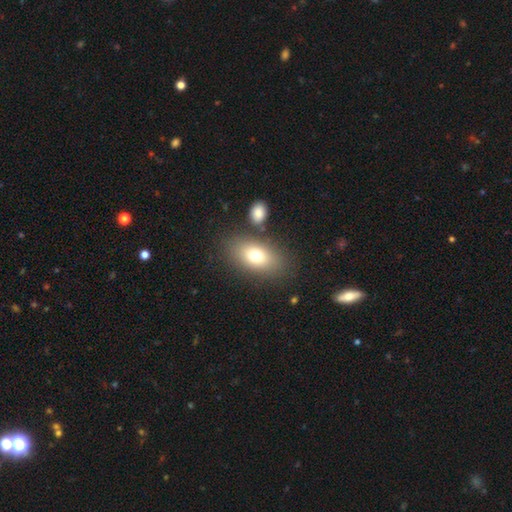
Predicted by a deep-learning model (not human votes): A smooth galaxy with no disk features (74%) that is in between round and cigar-shaped (88%).

Vote fractions:
- Smooth or featured? smooth: 74% / featured or disk: 16% / star or artifact: 10%
- How rounded? in between: 88% / round: 9% / cigar-shaped: 3%
- Merging? none: 78% / minor disturbance: 10% / merger: 8% / major disturbance: 4%